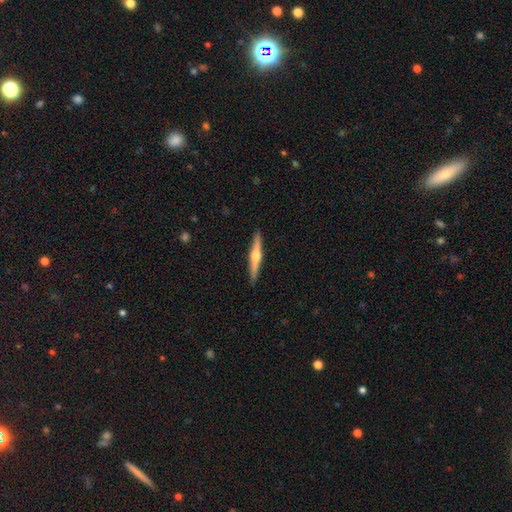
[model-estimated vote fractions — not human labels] This is likely a featured or disk galaxy (69%). It is clearly viewed edge-on (98%). Edge-on bulge: clearly rounded (93%). Merging: clearly none (91%).